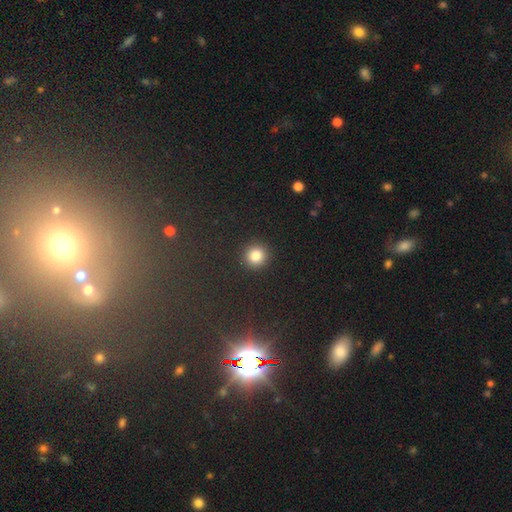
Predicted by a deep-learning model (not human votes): This appears to be a smooth galaxy with no disk features (83%) that is round (94%). Merging: none (92%).